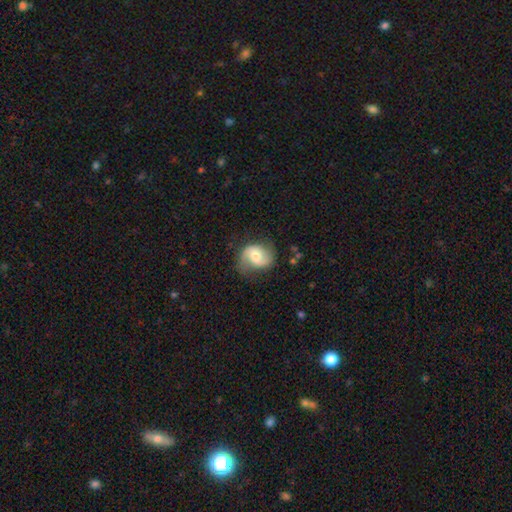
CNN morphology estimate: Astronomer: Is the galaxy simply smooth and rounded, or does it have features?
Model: featured or disk — 66%.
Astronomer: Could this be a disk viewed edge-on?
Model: no — 98%.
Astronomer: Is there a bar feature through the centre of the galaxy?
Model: no — 56% (runner-up: weak, 35%).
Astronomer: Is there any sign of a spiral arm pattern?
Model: yes — 92%.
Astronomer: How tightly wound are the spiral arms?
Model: medium — 44% (runner-up: loose, 38%).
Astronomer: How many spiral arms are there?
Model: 2 — 86%.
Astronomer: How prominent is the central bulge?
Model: moderate — 50% (runner-up: small, 39%).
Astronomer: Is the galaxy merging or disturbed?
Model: none — 66%.